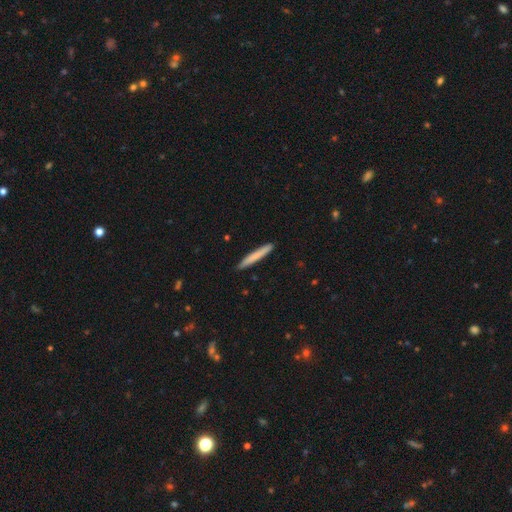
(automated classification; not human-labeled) Smooth or featured?
  - smooth: 75% *
  - featured or disk: 20%
  - star or artifact: 5%
How rounded?
  - cigar-shaped: 96% *
  - in between: 3%
  - round: 1%
Merging?
  - none: 91% *
  - minor disturbance: 7%
  - major disturbance: 1%
  - merger: 1%